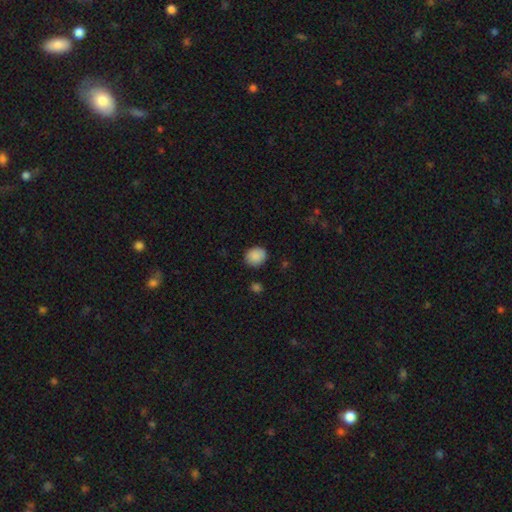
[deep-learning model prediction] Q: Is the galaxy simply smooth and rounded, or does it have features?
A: smooth — 88%.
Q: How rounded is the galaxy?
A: round — 71%.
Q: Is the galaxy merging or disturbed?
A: none — 84%.